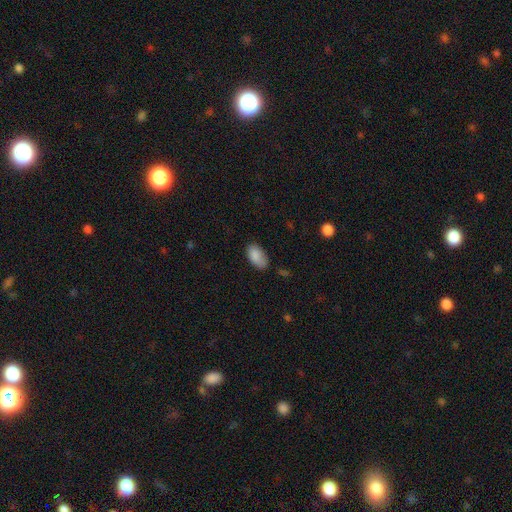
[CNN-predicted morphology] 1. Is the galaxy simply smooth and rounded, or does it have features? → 87% smooth, 7% star or artifact, 5% featured or disk.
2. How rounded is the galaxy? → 94% in between, 4% round, 2% cigar-shaped.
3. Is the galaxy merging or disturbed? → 68% none, 24% minor disturbance, 5% major disturbance, 2% merger.